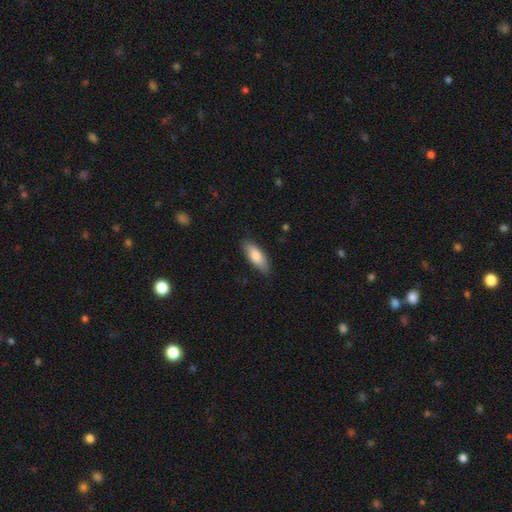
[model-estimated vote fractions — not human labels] This is clearly a smooth galaxy (81%). How rounded: likely in between (71%). Merging: clearly none (82%).